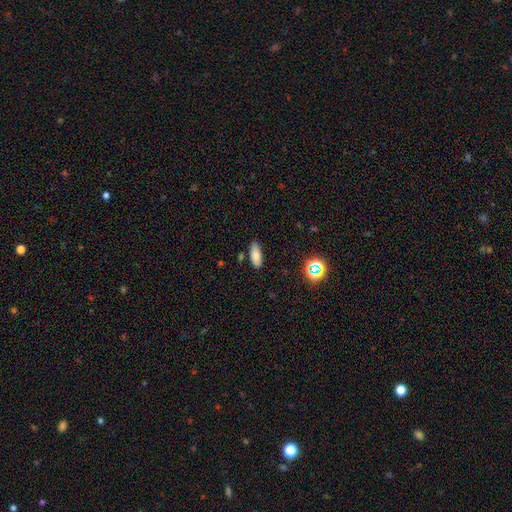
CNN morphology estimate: Smooth or featured? Predicted: smooth (p=0.78). How rounded? Predicted: in between (p=0.81). Merging? Predicted: none (p=0.81).